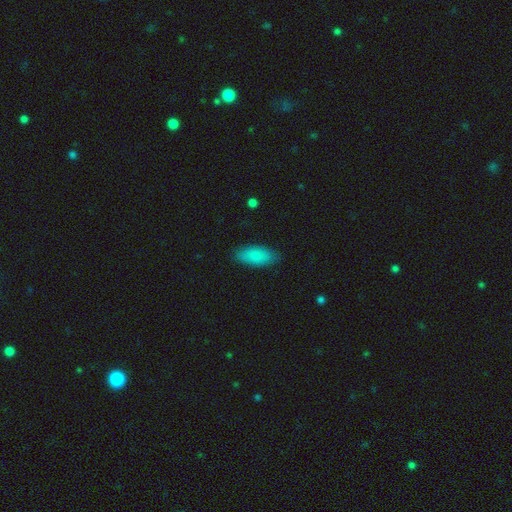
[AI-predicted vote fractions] smooth-or-featured: smooth: 87% | featured or disk: 7% | star or artifact: 6%
  how-rounded: in between: 85% | cigar-shaped: 13% | round: 2%
  merging: none: 85% | minor disturbance: 12% | major disturbance: 3% | merger: 1%